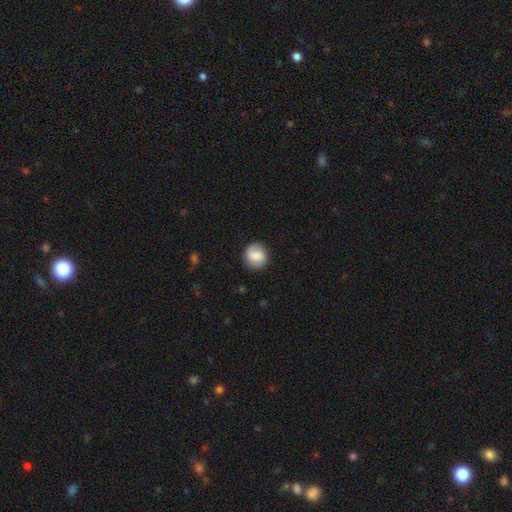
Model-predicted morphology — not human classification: Smooth or featured: smooth — 73% (featured or disk — 20%)
How rounded: round — 86% (in between — 13%)
Merging: none — 85% (minor disturbance — 11%)